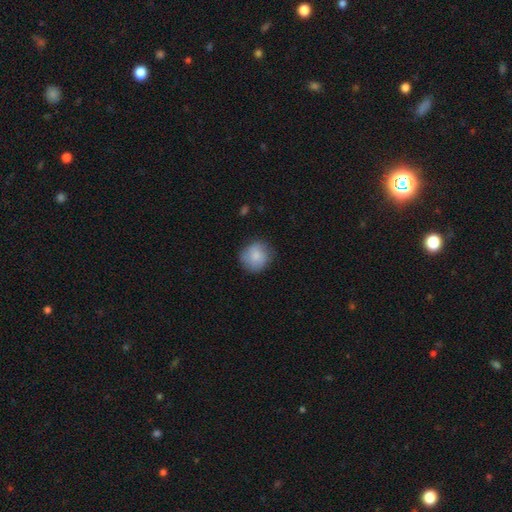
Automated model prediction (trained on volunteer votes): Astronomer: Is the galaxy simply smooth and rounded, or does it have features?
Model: smooth — 82%.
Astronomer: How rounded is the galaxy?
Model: round — 89%.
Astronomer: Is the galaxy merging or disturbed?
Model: none — 76%.